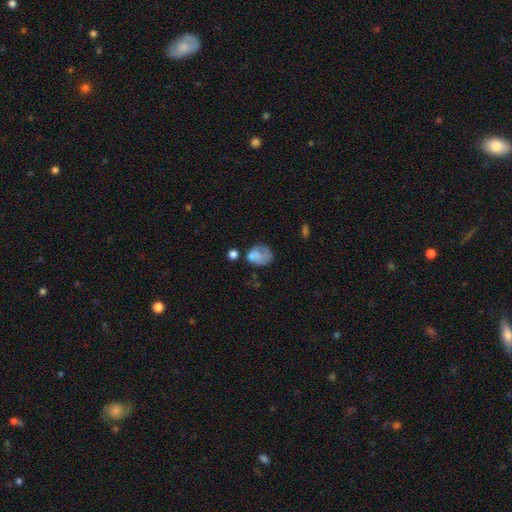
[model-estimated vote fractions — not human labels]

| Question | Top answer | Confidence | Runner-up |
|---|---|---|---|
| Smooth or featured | smooth | 65% | featured or disk (24%) |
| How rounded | in between | 51% | round (48%) |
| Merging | none | 36% | minor disturbance (27%) |